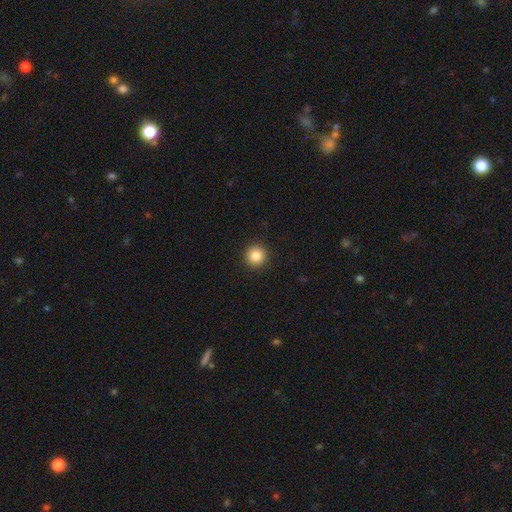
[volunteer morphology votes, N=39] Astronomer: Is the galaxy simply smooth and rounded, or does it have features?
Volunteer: smooth — 87%.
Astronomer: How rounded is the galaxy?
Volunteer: round — 100%.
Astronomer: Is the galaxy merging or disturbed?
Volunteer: none — 94%.